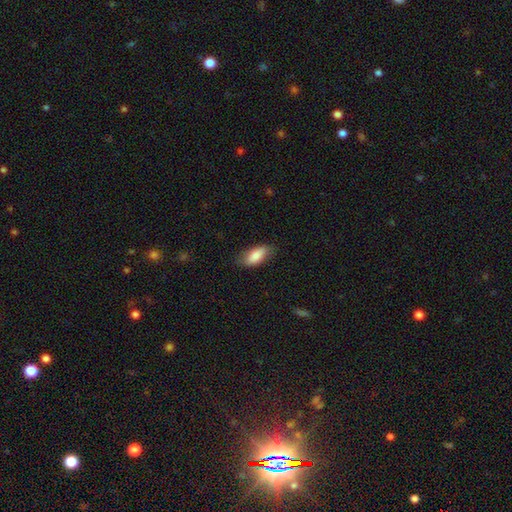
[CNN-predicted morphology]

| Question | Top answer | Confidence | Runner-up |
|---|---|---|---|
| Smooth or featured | smooth | 83% | featured or disk (11%) |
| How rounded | in between | 86% | cigar-shaped (11%) |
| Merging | none | 76% | minor disturbance (19%) |